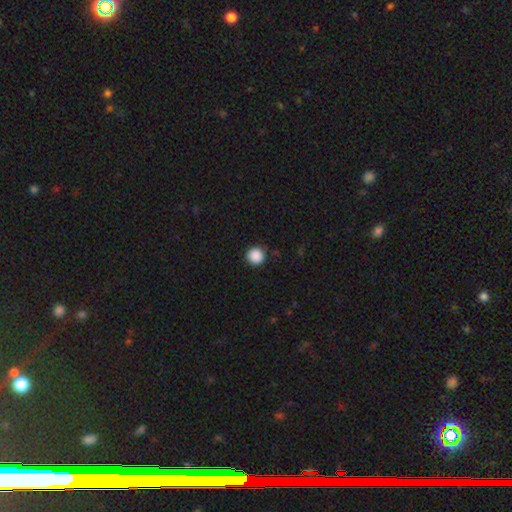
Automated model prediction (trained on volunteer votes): Smooth or featured: smooth — 89% (star or artifact — 9%)
How rounded: round — 95% (in between — 4%)
Merging: none — 91% (minor disturbance — 6%)